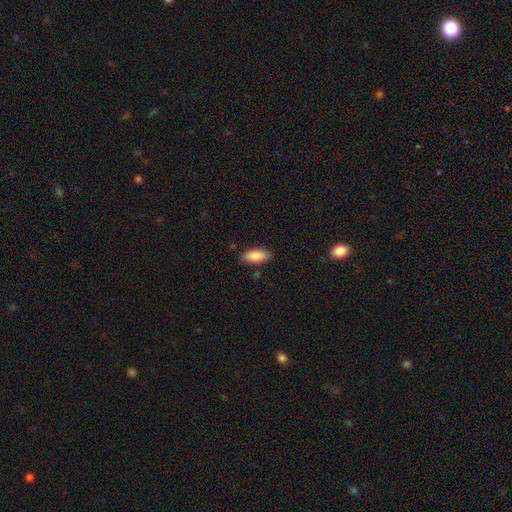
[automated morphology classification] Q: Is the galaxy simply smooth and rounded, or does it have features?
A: smooth — 87%.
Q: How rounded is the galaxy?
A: in between — 85%.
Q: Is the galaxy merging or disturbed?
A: none — 85%.